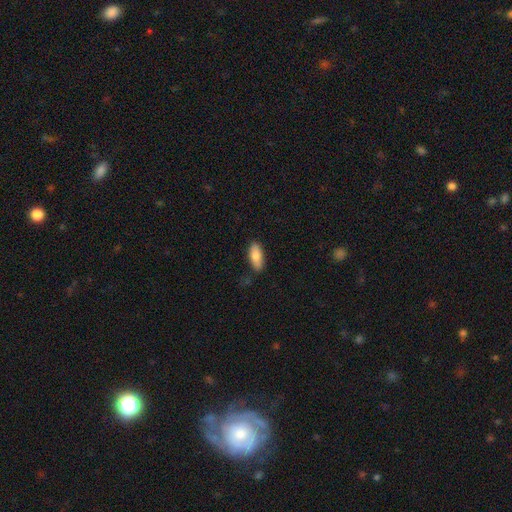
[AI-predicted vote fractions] smooth-or-featured: smooth: 83% | featured or disk: 11% | star or artifact: 6%
  how-rounded: in between: 77% | cigar-shaped: 20% | round: 2%
  merging: none: 83% | minor disturbance: 13% | major disturbance: 2% | merger: 2%